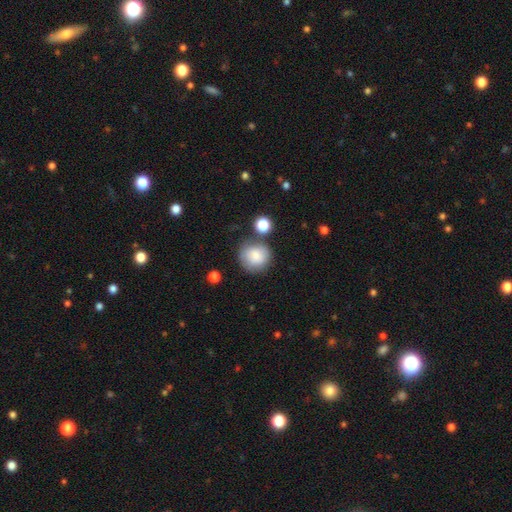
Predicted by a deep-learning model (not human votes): Smooth or featured? smooth (80%)
How rounded? round (90%)
Merging? none (66%)